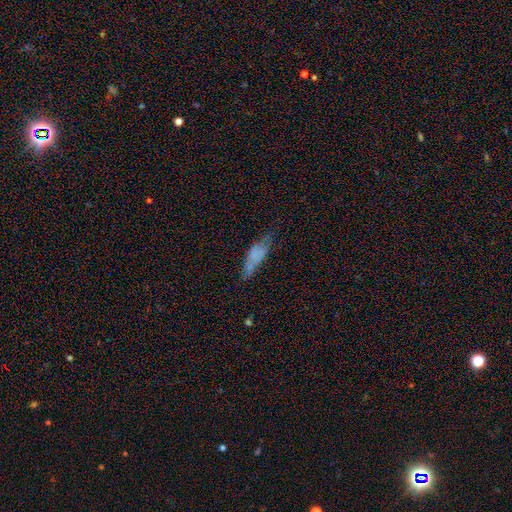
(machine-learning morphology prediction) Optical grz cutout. It shows a smooth galaxy with no disk features (56%) that is in between round and cigar-shaped (54%). Merging: none (48%).